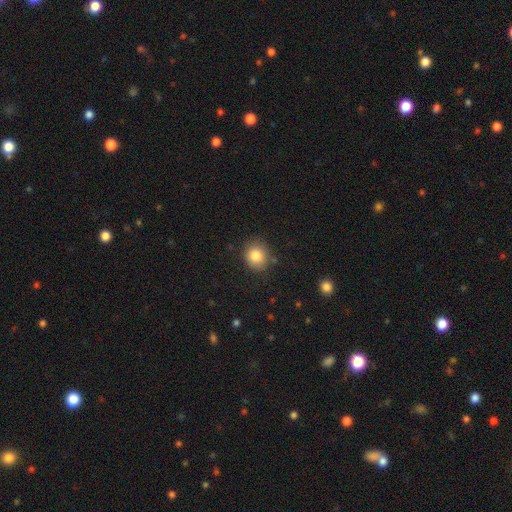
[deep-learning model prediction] smooth-or-featured: smooth: 83% | star or artifact: 10% | featured or disk: 7%
  how-rounded: round: 77% | in between: 22% | cigar-shaped: 1%
  merging: none: 82% | minor disturbance: 12% | major disturbance: 3% | merger: 2%